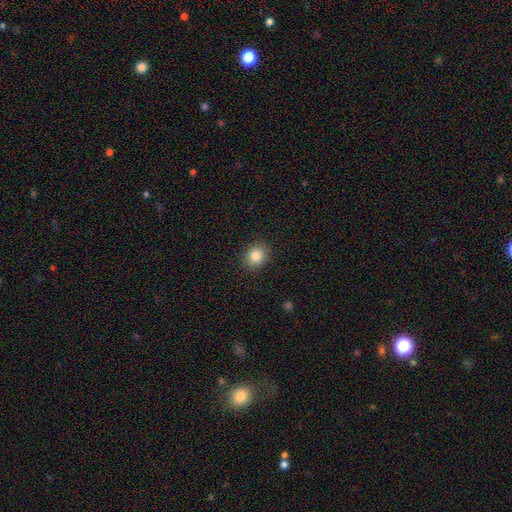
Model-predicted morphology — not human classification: A smooth galaxy with no disk features (83%) that is round (66%).

Vote fractions:
- Smooth or featured? smooth: 83% / star or artifact: 10% / featured or disk: 7%
- How rounded? round: 66% / in between: 33% / cigar-shaped: 1%
- Merging? none: 90% / minor disturbance: 7% / major disturbance: 2% / merger: 1%